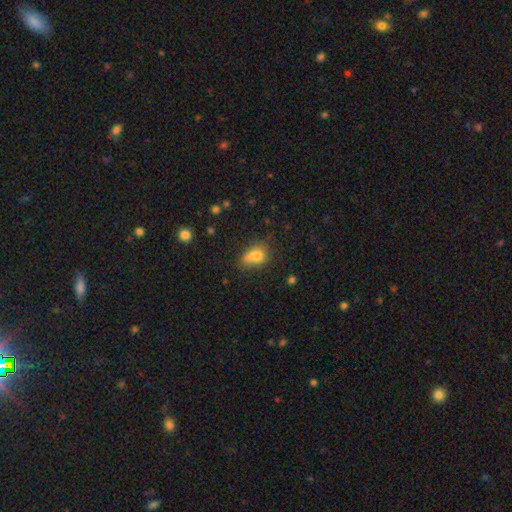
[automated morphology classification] This appears to be a smooth galaxy with no disk features (77%) that is in between round and cigar-shaped (78%). Merging: none (43%).